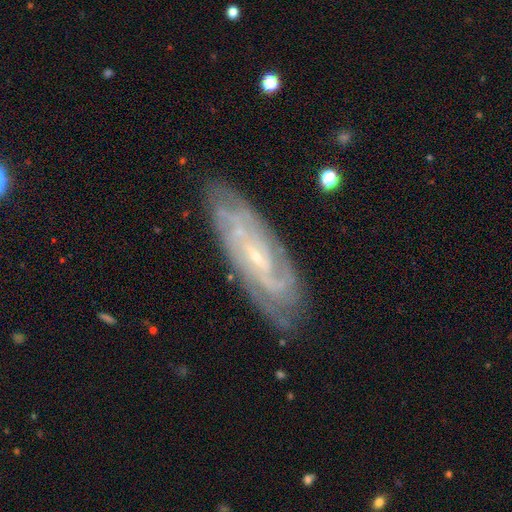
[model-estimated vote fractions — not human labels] This appears to be a featured or disk galaxy (86%) with a weak bar (41%), tight (63%) spiral arms (96%) and a small central bulge (80%). Merging: none (80%).